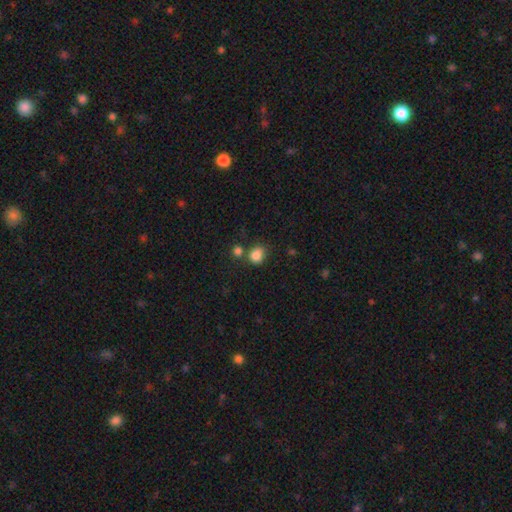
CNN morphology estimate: Smooth or featured?
  - smooth: 84% *
  - star or artifact: 11%
  - featured or disk: 5%
How rounded?
  - round: 58% *
  - in between: 41%
  - cigar-shaped: 1%
Merging?
  - none: 55% *
  - merger: 23%
  - minor disturbance: 16%
  - major disturbance: 6%